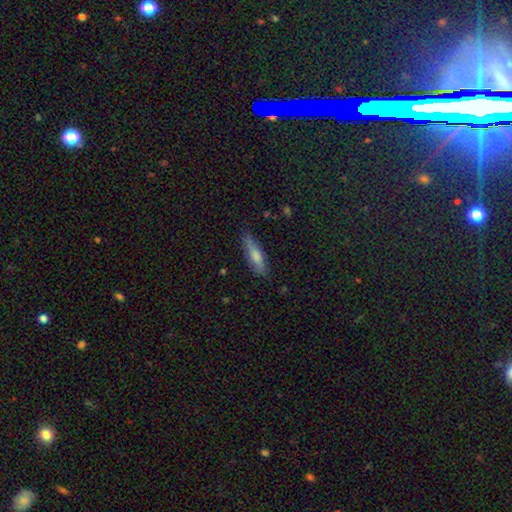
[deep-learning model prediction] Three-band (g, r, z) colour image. It shows a smooth galaxy with no disk features (63%) that is cigar-shaped (74%). Merging: none (84%).